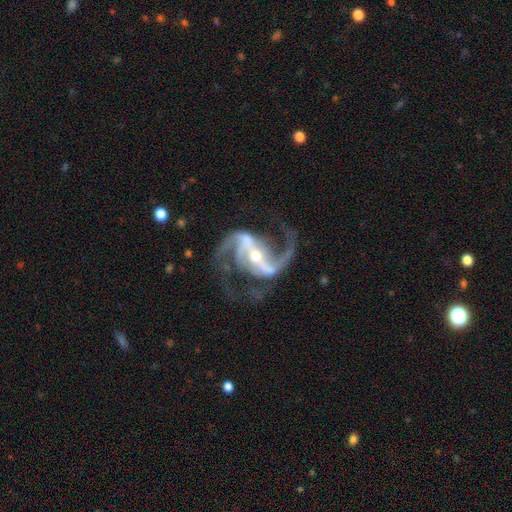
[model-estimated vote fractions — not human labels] The model was most divided on "bulge size": small: 49%, moderate: 47%, large: 3%, none: 1%, dominant: 1%. More confident: spiral arms — yes (98%); edge-on disk — no (98%); smooth or featured — featured or disk (93%); spiral arm count — 2 (88%); merging — none (73%); bar — strong (66%); spiral winding — medium (53%).